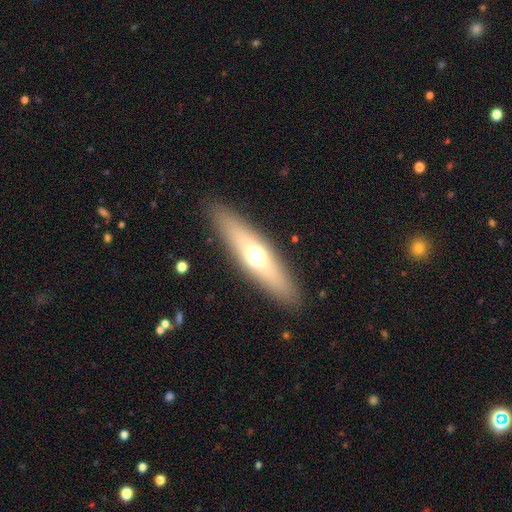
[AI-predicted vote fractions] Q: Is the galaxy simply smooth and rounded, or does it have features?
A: smooth — 50%.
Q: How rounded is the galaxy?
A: cigar-shaped — 66%.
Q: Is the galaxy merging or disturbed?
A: none — 89%.